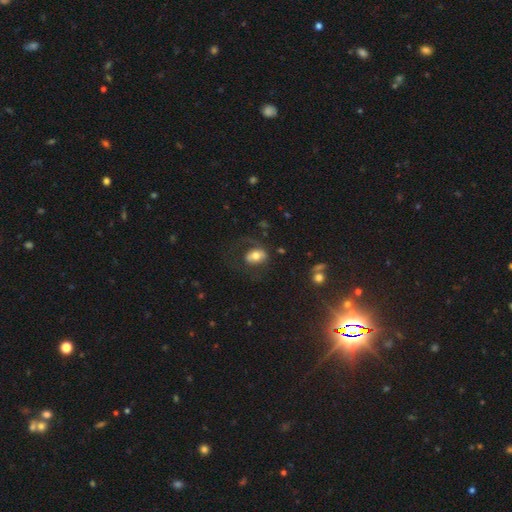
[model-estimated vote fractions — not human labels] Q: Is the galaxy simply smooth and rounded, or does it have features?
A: smooth — 58%.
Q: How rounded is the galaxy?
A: in between — 72%.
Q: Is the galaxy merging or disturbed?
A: none — 50%.